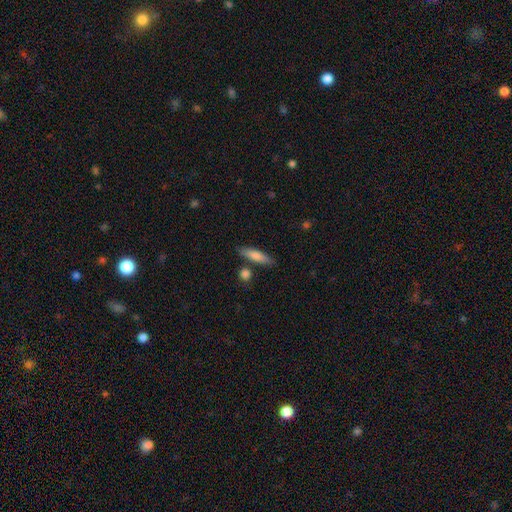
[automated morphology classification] Smooth or featured?
  - smooth: 76% *
  - featured or disk: 18%
  - star or artifact: 6%
How rounded?
  - cigar-shaped: 75% *
  - in between: 23%
  - round: 2%
Merging?
  - none: 79% *
  - minor disturbance: 11%
  - merger: 7%
  - major disturbance: 3%